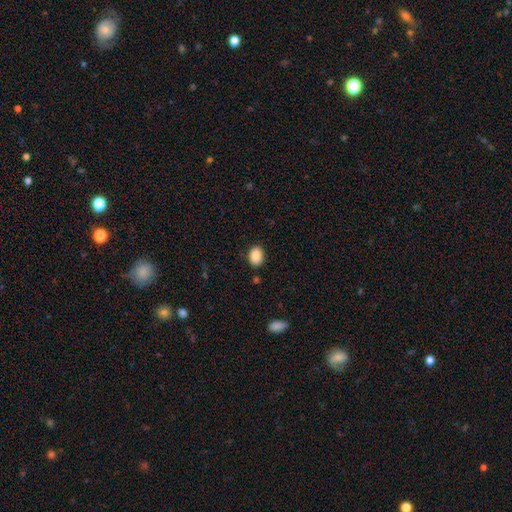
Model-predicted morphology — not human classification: smooth_or_featured: smooth (p=0.89) [alt: star or artifact p=0.08]
how_rounded: in between (p=0.74) [alt: round p=0.25]
merging: none (p=0.85) [alt: minor disturbance p=0.10]